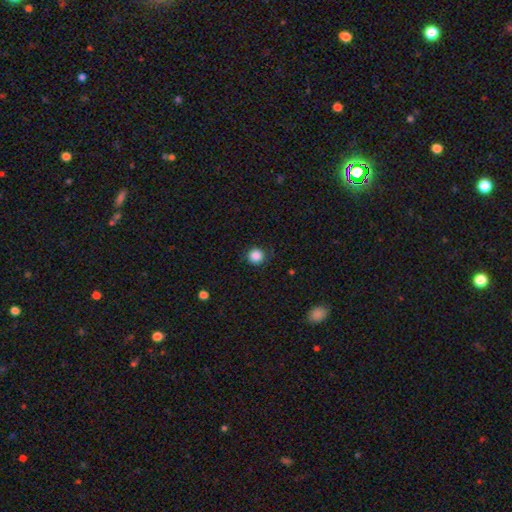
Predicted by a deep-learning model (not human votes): Morphology: type=smooth (86%); roundness=round (94%); merging=none (86%).